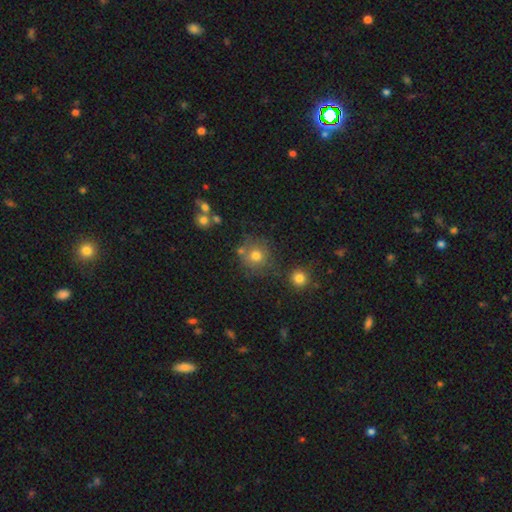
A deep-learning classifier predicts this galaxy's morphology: The model was most divided on "merging": none: 71%, minor disturbance: 13%, merger: 10%, major disturbance: 6%. More confident: how rounded — round (90%); smooth or featured — smooth (74%).